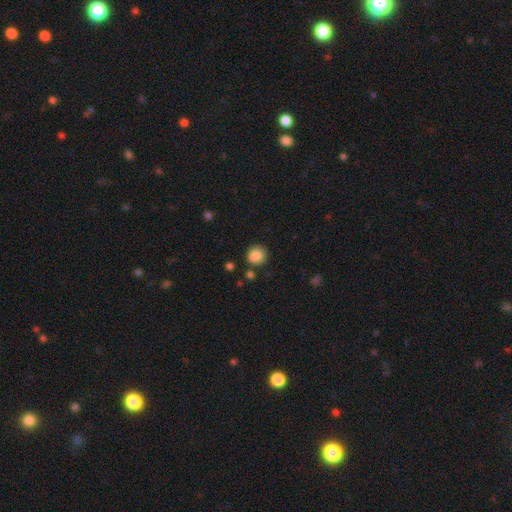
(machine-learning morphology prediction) Smooth or featured? smooth (86%)
How rounded? round (88%)
Merging? none (81%)